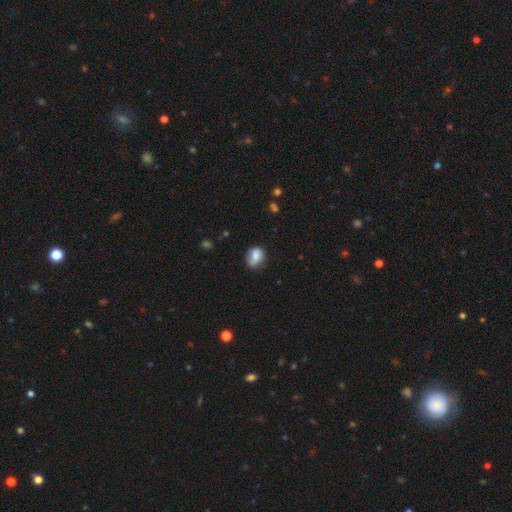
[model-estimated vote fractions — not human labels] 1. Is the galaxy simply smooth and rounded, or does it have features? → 70% smooth, 22% featured or disk, 9% star or artifact.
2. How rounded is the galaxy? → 53% round, 46% in between, 1% cigar-shaped.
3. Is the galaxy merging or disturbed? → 62% none, 26% minor disturbance, 9% major disturbance, 3% merger.